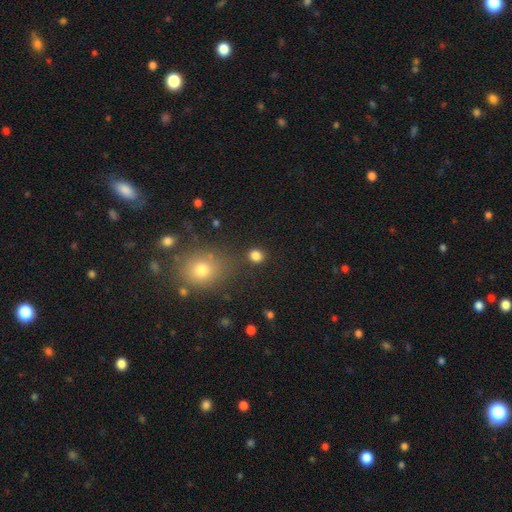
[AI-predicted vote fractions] This is clearly a smooth galaxy (82%). How rounded: likely round (77%). Merging: clearly none (83%).